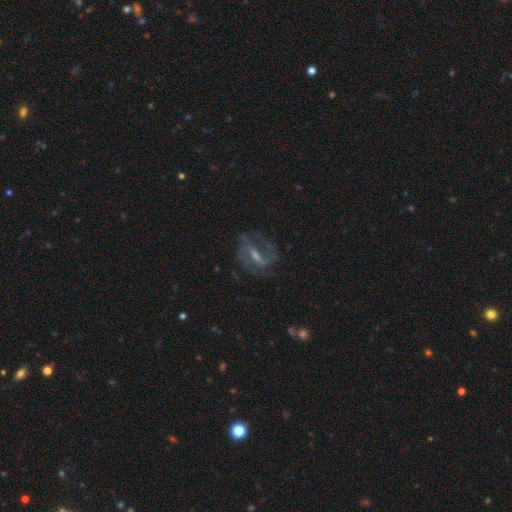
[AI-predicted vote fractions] Smooth or featured? featured or disk (84%)
Edge-on disk? no (96%)
Bar? weak (48%)
Spiral arms? yes (95%)
Spiral winding? medium (52%)
Spiral arm count? 2 (67%)
Bulge size? small (53%)
Merging? none (71%)